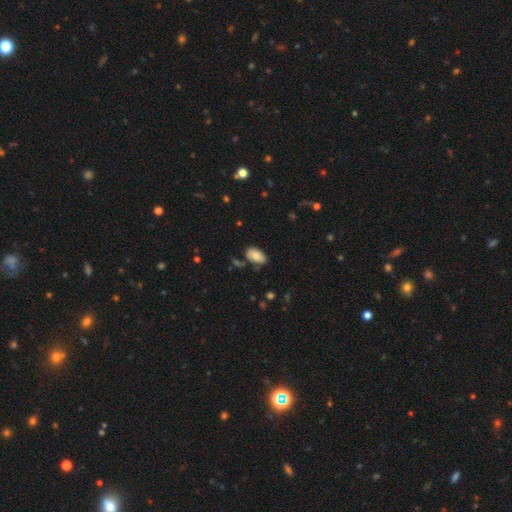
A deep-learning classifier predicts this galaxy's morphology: smooth 84%, featured or disk 8%, star or artifact 8%. Down the decision tree: how rounded — in between (95%); merging — none (74%).